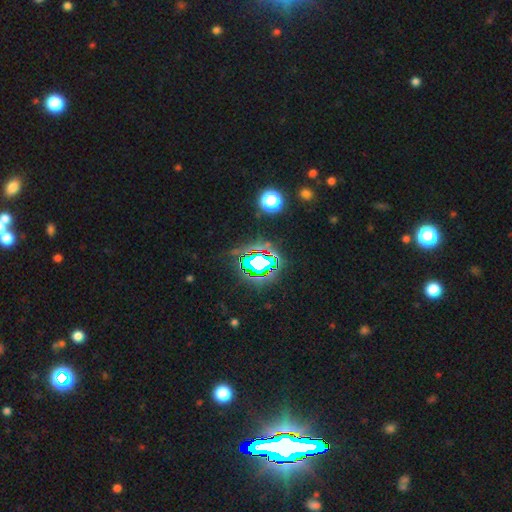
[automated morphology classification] This is clearly a star or artifact rather than a galaxy (83%).